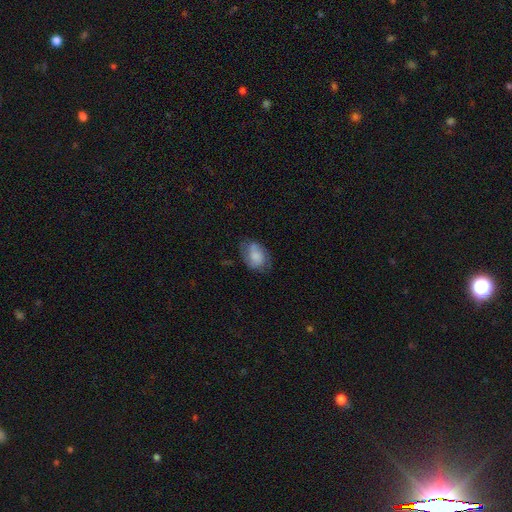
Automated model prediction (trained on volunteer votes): Q: Smooth or featured?
A: smooth (63%); runner-up: featured or disk (29%)
Q: How rounded?
A: in between (82%); runner-up: round (17%)
Q: Merging?
A: none (58%); runner-up: minor disturbance (28%)